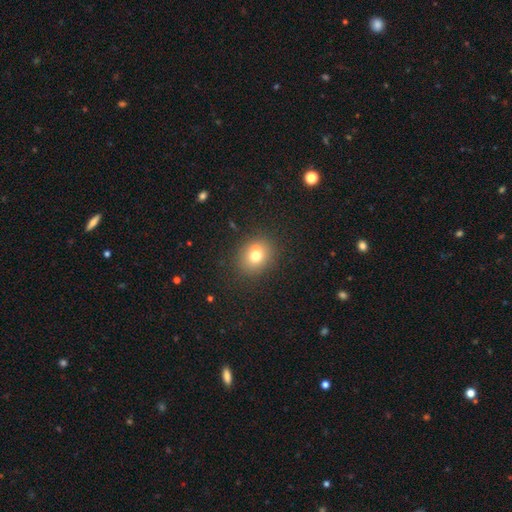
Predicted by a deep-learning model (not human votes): This appears to be a smooth galaxy with no disk features (73%) that is round (65%). Merging: none (78%).